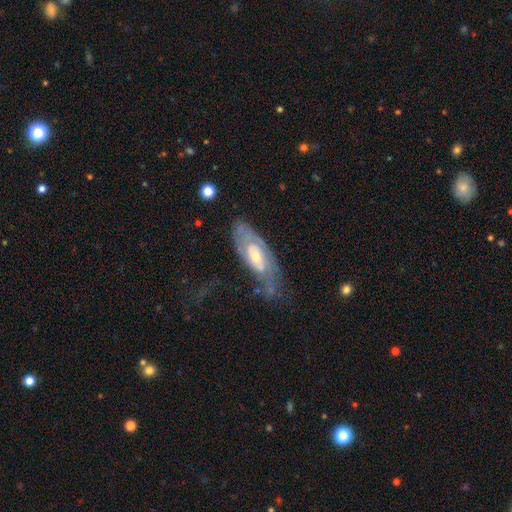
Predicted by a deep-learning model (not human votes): Overall: featured or disk (74%). Edge-on disk: no (84%). Bar: no (55%; weak 36%). Spiral arms: yes (79%). Bulge size: moderate (52%; small 37%). Merging: none (50%; minor disturbance 27%).